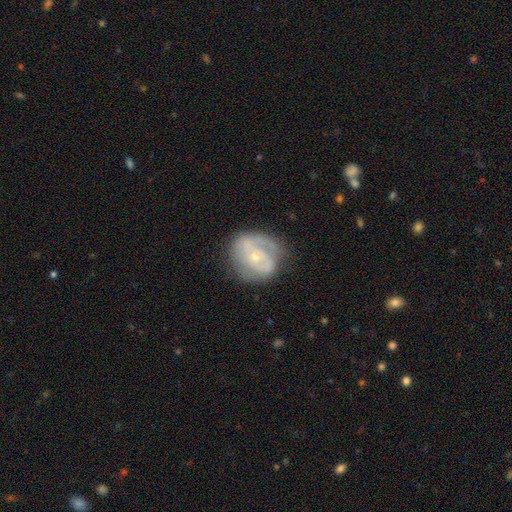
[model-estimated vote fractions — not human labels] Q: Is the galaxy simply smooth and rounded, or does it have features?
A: featured or disk — 76%.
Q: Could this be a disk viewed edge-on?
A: no — 98%.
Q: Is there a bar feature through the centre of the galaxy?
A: no — 57%.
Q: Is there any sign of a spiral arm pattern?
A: yes — 87%.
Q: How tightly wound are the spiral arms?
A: tight — 46%.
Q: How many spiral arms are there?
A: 2 — 52%.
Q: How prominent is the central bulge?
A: small — 59%.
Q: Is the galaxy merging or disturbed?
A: none — 66%.